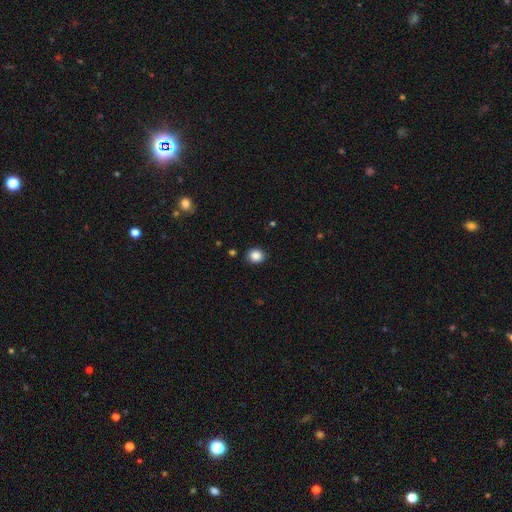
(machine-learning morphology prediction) A smooth galaxy with no disk features (87%) that is round (70%).

Vote fractions:
- Smooth or featured? smooth: 87% / star or artifact: 10% / featured or disk: 4%
- How rounded? round: 70% / in between: 30% / cigar-shaped: 1%
- Merging? none: 89% / minor disturbance: 8% / major disturbance: 2% / merger: 1%